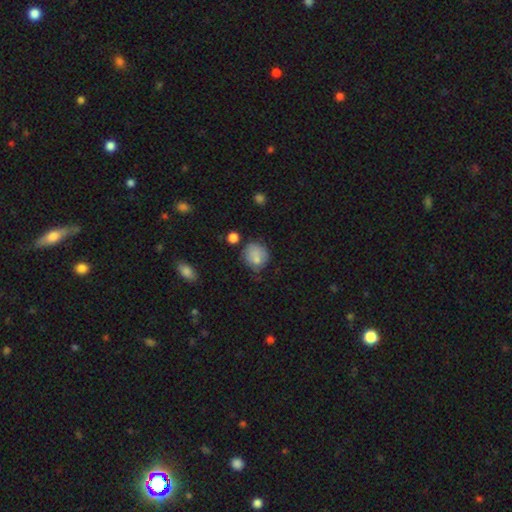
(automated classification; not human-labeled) A smooth galaxy with no disk features (76%) that is round (76%). Merging: none (55%).